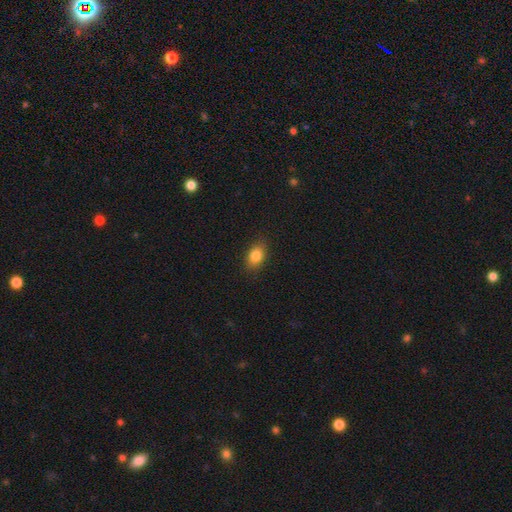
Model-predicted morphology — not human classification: Smooth or featured: smooth — 84% (star or artifact — 9%)
How rounded: in between — 79% (round — 18%)
Merging: none — 86% (minor disturbance — 10%)